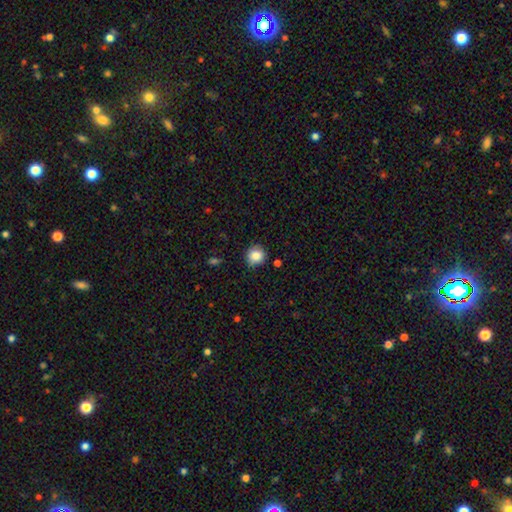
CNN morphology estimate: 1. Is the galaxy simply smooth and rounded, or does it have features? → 85% smooth, 10% star or artifact, 6% featured or disk.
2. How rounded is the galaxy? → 91% round, 8% in between, 1% cigar-shaped.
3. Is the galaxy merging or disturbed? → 80% none, 15% minor disturbance, 3% major disturbance, 2% merger.